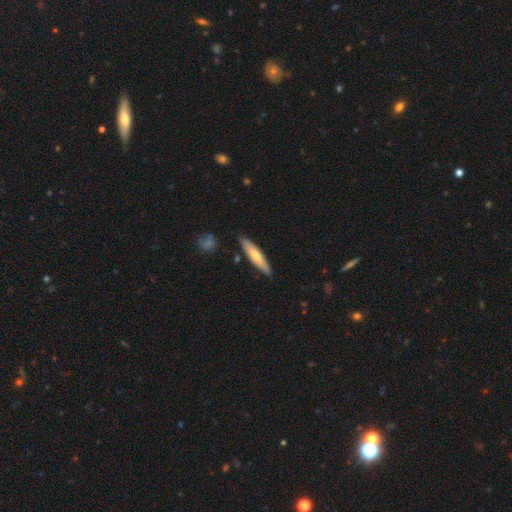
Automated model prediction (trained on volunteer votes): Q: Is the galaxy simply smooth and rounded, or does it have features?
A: smooth — 60%.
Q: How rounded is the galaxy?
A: cigar-shaped — 76%.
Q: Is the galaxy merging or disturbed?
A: none — 85%.